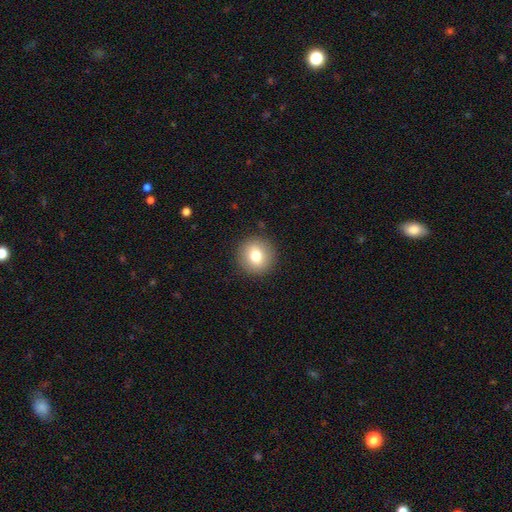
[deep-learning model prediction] Overall: smooth (77%). How rounded: round (92%). Merging: none (90%).